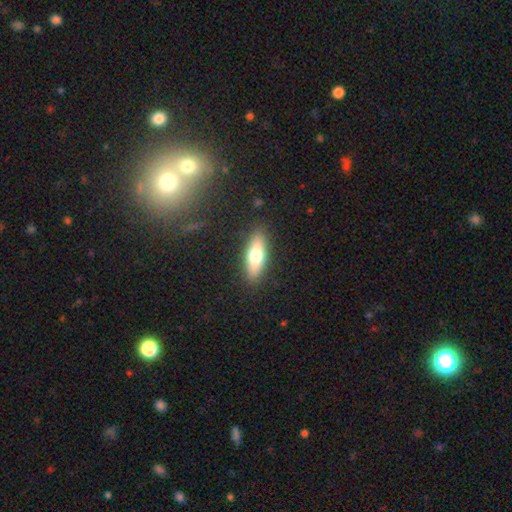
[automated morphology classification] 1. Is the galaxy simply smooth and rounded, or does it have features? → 64% smooth, 29% featured or disk, 7% star or artifact.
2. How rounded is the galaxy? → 59% in between, 39% cigar-shaped, 3% round.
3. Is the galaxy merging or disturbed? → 88% none, 9% minor disturbance, 2% major disturbance, 1% merger.